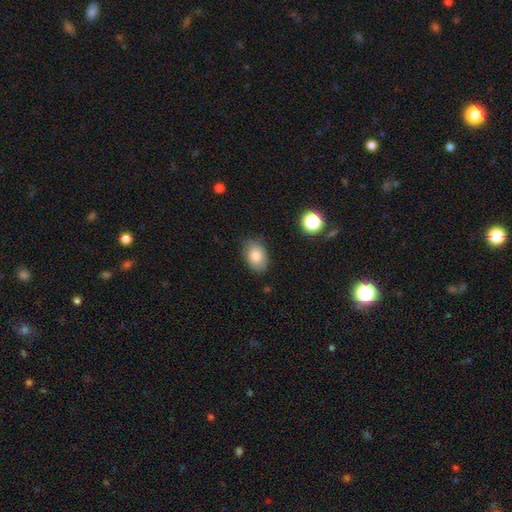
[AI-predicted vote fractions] smooth 78%, featured or disk 14%, star or artifact 8%. Down the decision tree: how rounded — in between (83%); merging — none (71%).